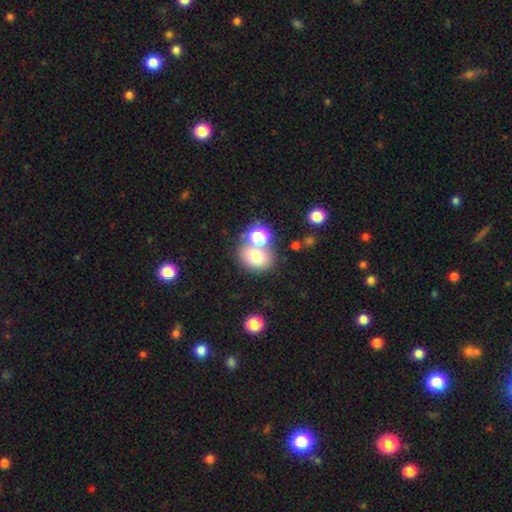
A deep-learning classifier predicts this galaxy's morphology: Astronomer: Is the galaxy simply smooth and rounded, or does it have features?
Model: smooth — 71%.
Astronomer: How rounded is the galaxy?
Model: round — 60% (runner-up: in between, 39%).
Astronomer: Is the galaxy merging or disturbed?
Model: none — 54% (runner-up: merger, 31%).